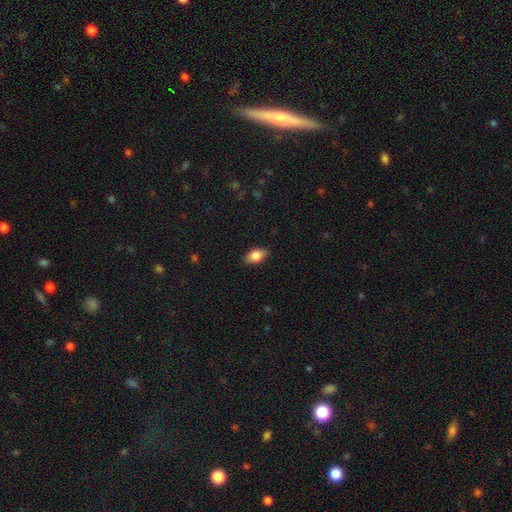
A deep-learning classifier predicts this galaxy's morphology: smooth-or-featured: smooth: 81% | featured or disk: 12% | star or artifact: 7%
  how-rounded: in between: 91% | round: 5% | cigar-shaped: 4%
  merging: none: 87% | minor disturbance: 10% | major disturbance: 2% | merger: 1%